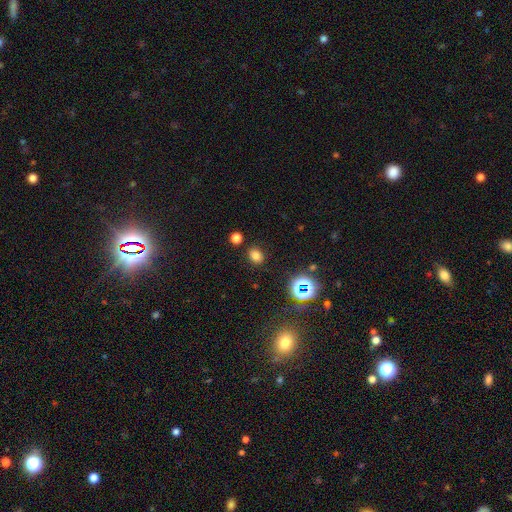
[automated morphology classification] A smooth galaxy with no disk features (74%) that is in between round and cigar-shaped (50%). Merging: none (86%).